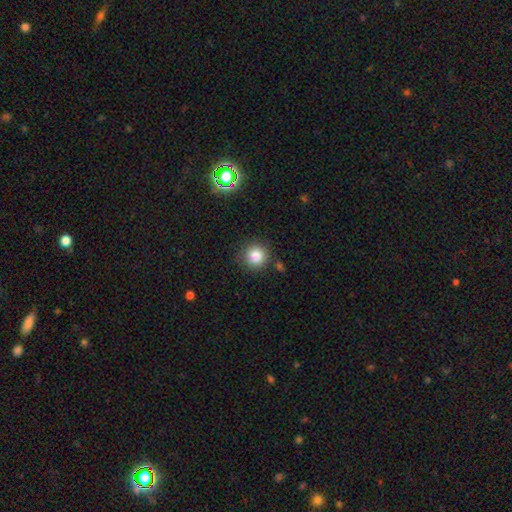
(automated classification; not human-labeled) smooth 84%, star or artifact 11%, featured or disk 5%. Down the decision tree: how rounded — round (93%); merging — none (84%).